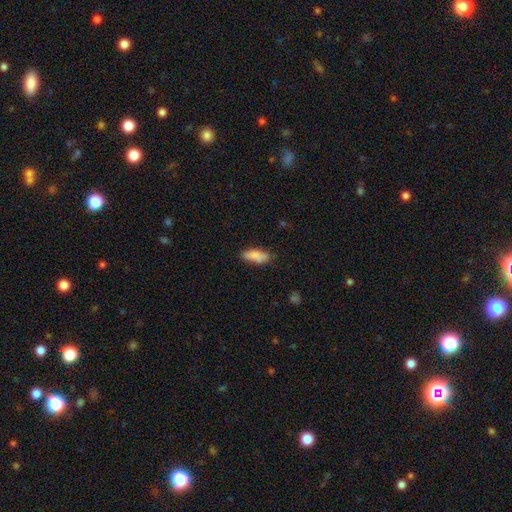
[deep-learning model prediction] smooth_or_featured: smooth (p=0.83) [alt: featured or disk p=0.11]
how_rounded: in between (p=0.72) [alt: cigar-shaped p=0.26]
merging: none (p=0.71) [alt: minor disturbance p=0.21]